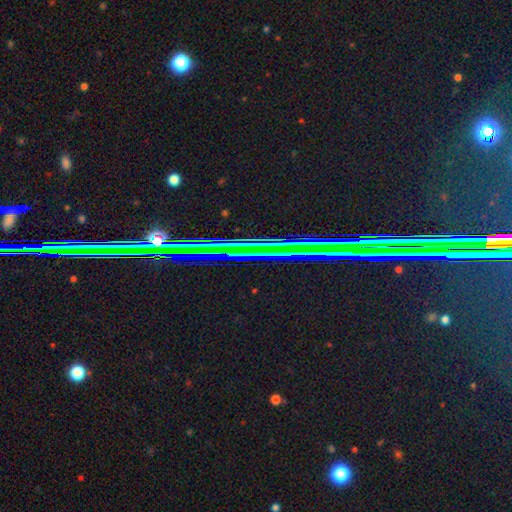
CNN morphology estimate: This appears to be a star or artifact, not a galaxy (79%).